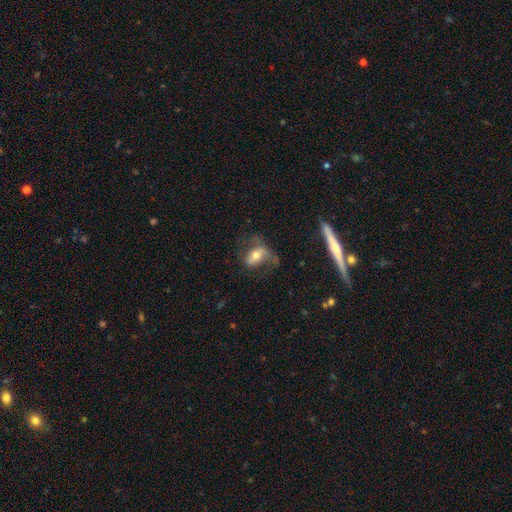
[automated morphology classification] A smooth galaxy with no disk features (47%).

Vote fractions:
- Smooth or featured? smooth: 47% / featured or disk: 44% / star or artifact: 9%
- Merging? none: 36% (tied) / major disturbance: 36% (tied) / minor disturbance: 24% / merger: 3%